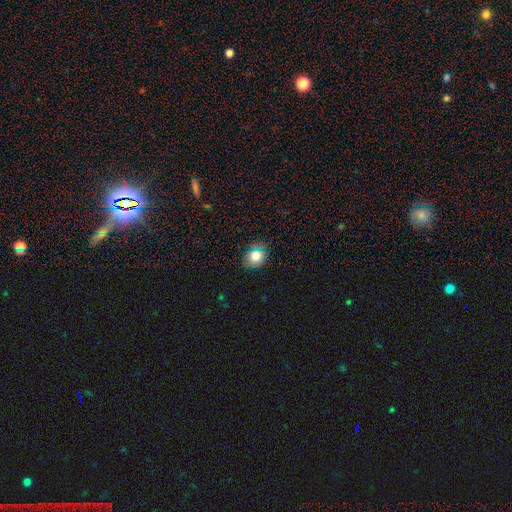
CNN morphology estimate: This is likely a smooth galaxy (75%). How rounded: possibly in between (51%). Merging: clearly none (81%).